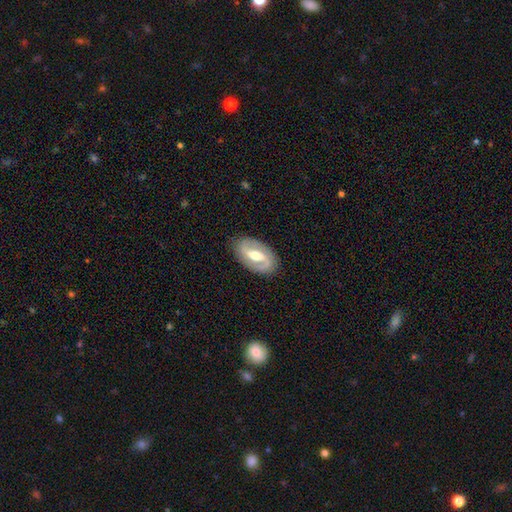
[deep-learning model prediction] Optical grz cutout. It shows a featured or disk galaxy (83%) with a weak bar (41%), 2 (89%) medium (47%) spiral arms (88%) and a moderate central bulge (71%). Merging: none (86%).